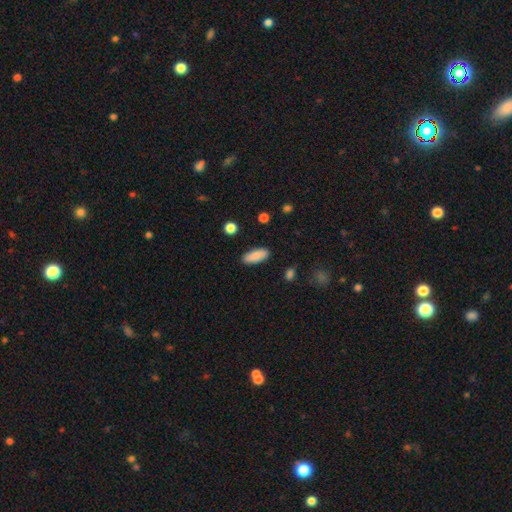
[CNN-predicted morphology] Smooth or featured? smooth (88%)
How rounded? in between (79%)
Merging? none (89%)